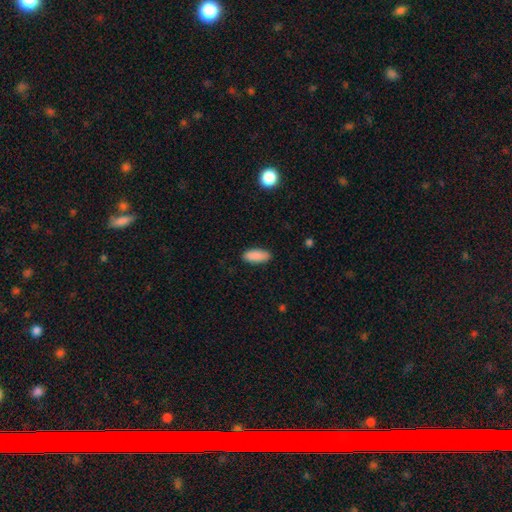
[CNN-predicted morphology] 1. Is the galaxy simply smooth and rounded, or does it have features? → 90% smooth, 6% star or artifact, 3% featured or disk.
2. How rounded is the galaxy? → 82% in between, 16% cigar-shaped, 2% round.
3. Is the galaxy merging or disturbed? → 88% none, 9% minor disturbance, 2% major disturbance, 1% merger.